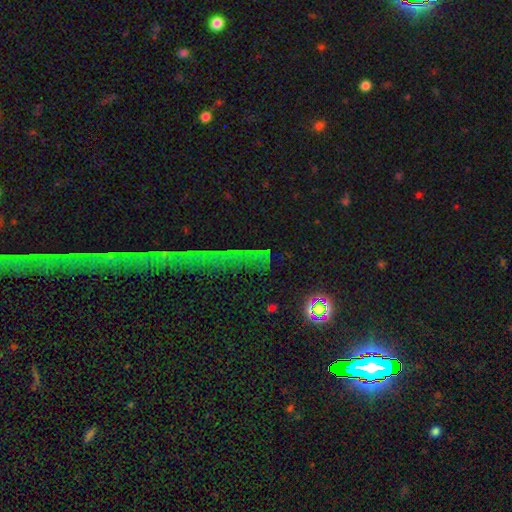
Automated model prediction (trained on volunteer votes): This is likely a star or artifact rather than a galaxy (73%).